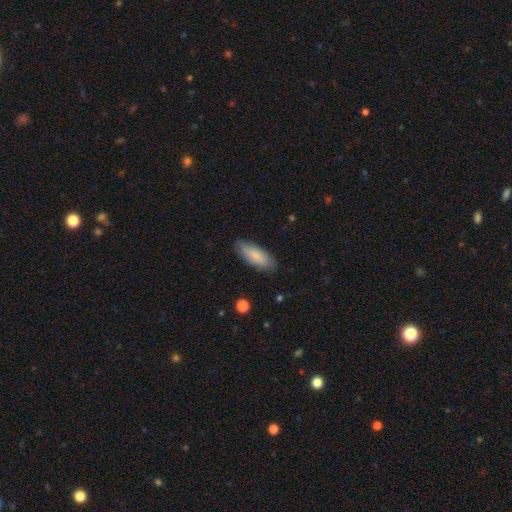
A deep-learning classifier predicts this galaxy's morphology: The model was most divided on "how rounded": in between: 73%, cigar-shaped: 25%, round: 2%. More confident: merging — none (83%); smooth or featured — smooth (81%).